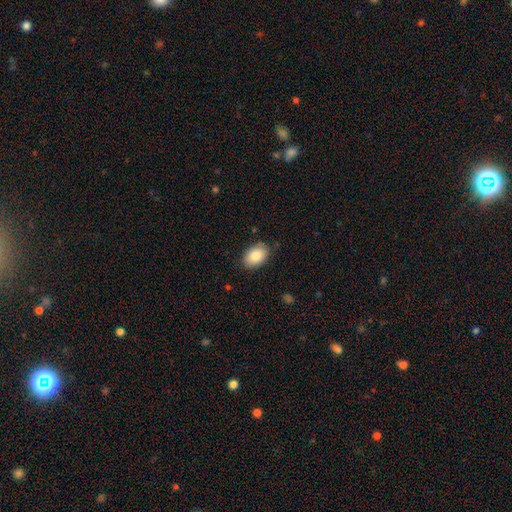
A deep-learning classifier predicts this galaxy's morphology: smooth 87%, star or artifact 7%, featured or disk 7%. Down the decision tree: how rounded — in between (86%); merging — none (84%).